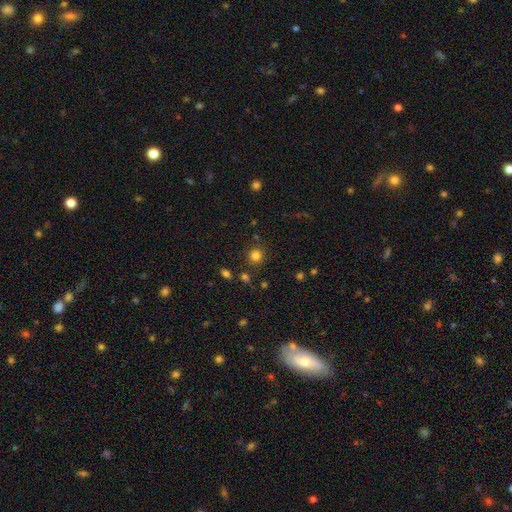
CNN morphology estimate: smooth_or_featured: smooth (p=0.80) [alt: star or artifact p=0.15]
how_rounded: round (p=0.91) [alt: in between p=0.08]
merging: none (p=0.84) [alt: minor disturbance p=0.08]